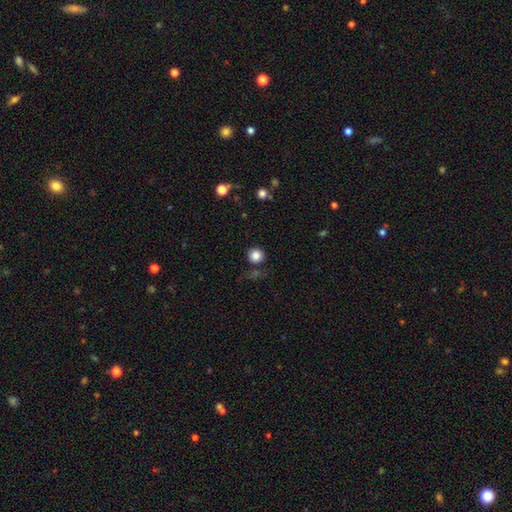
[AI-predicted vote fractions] Q: Smooth or featured?
A: smooth (85%); runner-up: star or artifact (11%)
Q: How rounded?
A: round (94%); runner-up: in between (5%)
Q: Merging?
A: none (83%); runner-up: minor disturbance (9%)